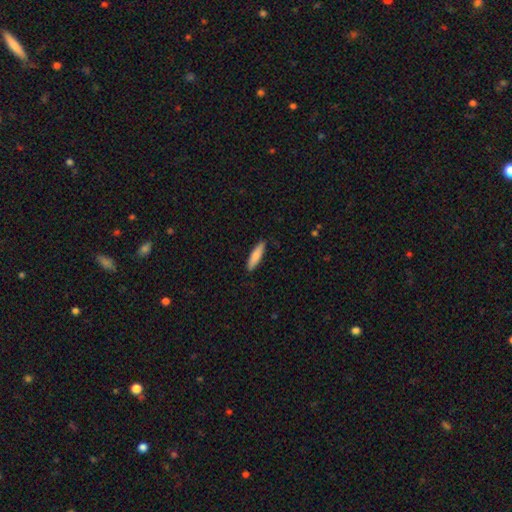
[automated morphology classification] smooth_or_featured: smooth (p=0.84) [alt: featured or disk p=0.10]
how_rounded: cigar-shaped (p=0.73) [alt: in between p=0.26]
merging: none (p=0.87) [alt: minor disturbance p=0.10]